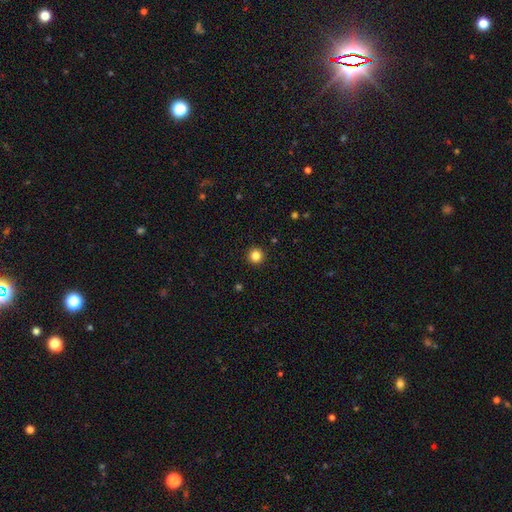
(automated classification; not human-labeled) Overall: smooth (84%). How rounded: round (96%). Merging: none (93%).